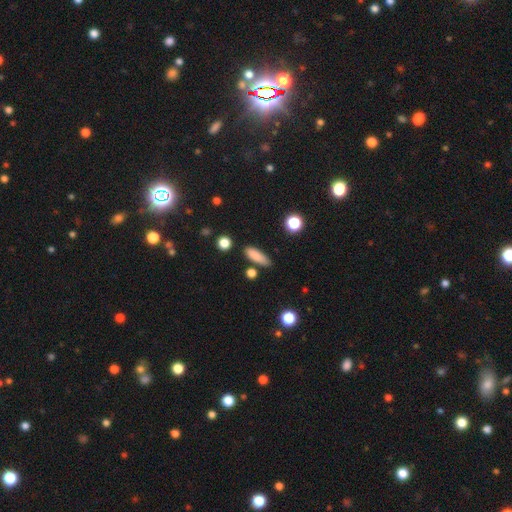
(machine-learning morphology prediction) This is clearly a smooth galaxy (84%). How rounded: possibly in between (49%). Merging: likely none (77%).